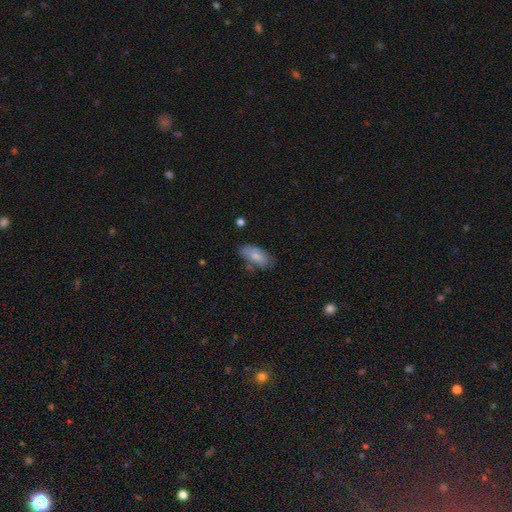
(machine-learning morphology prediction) Q: Smooth or featured?
A: smooth (75%); runner-up: featured or disk (18%)
Q: How rounded?
A: in between (90%); runner-up: cigar-shaped (8%)
Q: Merging?
A: none (63%); runner-up: minor disturbance (26%)